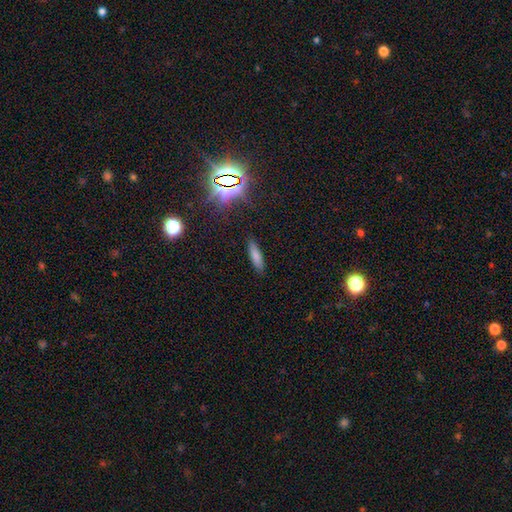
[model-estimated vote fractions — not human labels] Smooth or featured? Predicted: smooth (p=0.77). How rounded? Predicted: cigar-shaped (p=0.61). Merging? Predicted: none (p=0.86).